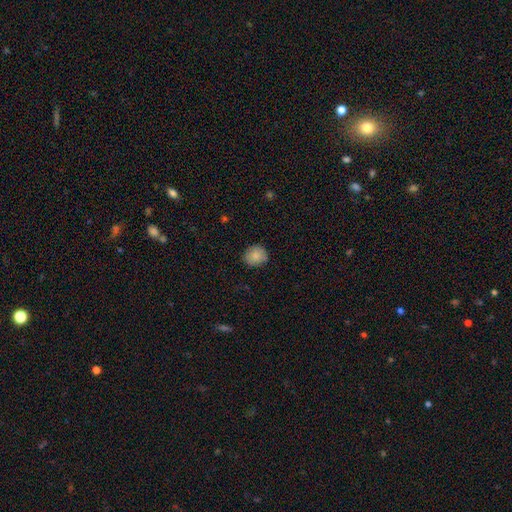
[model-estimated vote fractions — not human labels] The model was most divided on "how rounded": round: 81%, in between: 18%, cigar-shaped: 1%. More confident: smooth or featured — smooth (85%); merging — none (81%).